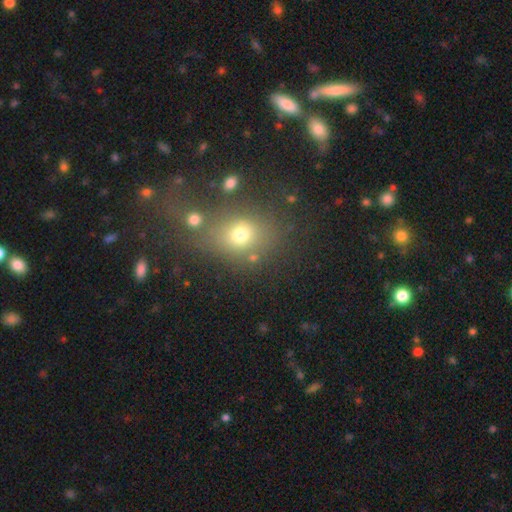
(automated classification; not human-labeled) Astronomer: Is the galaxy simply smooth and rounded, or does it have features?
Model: smooth — 64%.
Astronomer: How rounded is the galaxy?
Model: round — 53% (runner-up: in between, 45%).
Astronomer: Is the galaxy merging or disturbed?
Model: none — 62%.